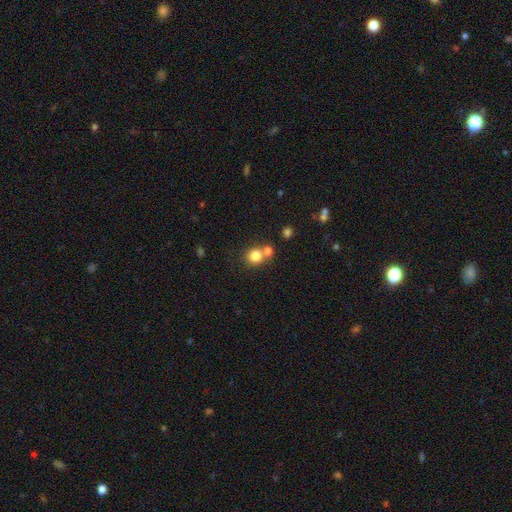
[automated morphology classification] The model was most divided on "merging": none: 56%, merger: 33%, minor disturbance: 8%, major disturbance: 3%. More confident: how rounded — round (86%); smooth or featured — smooth (80%).